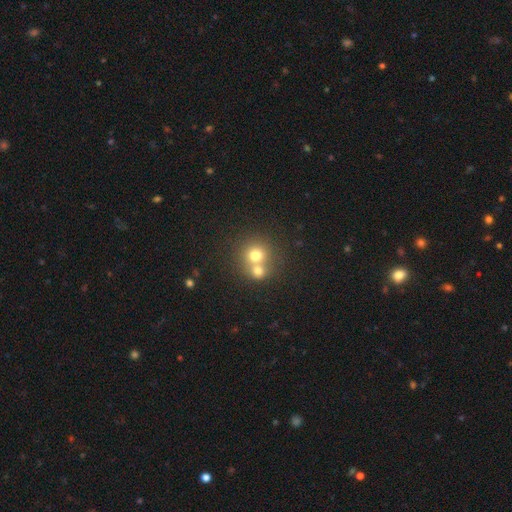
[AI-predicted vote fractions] A smooth galaxy with no disk features (72%) that is round (86%).

Vote fractions:
- Smooth or featured? smooth: 72% / featured or disk: 15% / star or artifact: 13%
- How rounded? round: 86% / in between: 13% / cigar-shaped: 1%
- Merging? merger: 55% / none: 37% / minor disturbance: 5% / major disturbance: 2%